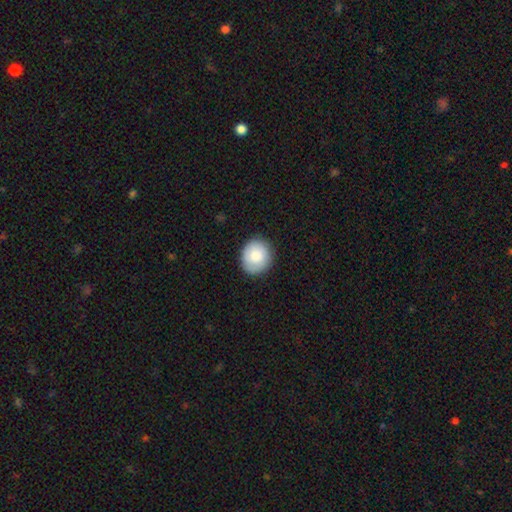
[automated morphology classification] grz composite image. It shows a smooth galaxy with no disk features (82%) that is round (78%). Merging: none (87%).